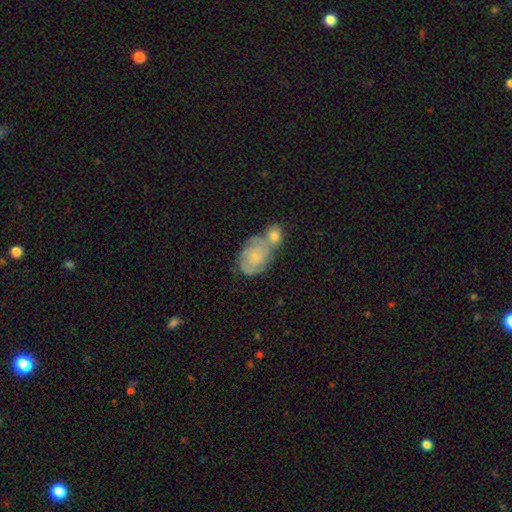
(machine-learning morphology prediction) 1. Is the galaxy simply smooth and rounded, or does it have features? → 53% featured or disk, 39% smooth, 9% star or artifact.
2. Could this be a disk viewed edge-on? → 96% no, 4% yes.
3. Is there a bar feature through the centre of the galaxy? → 79% no, 18% weak, 3% strong.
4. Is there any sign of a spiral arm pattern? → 76% yes, 24% no.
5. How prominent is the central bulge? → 64% small, 22% moderate, 9% none, 2% large, 1% dominant.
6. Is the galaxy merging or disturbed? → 56% merger, 26% none, 12% minor disturbance, 6% major disturbance.